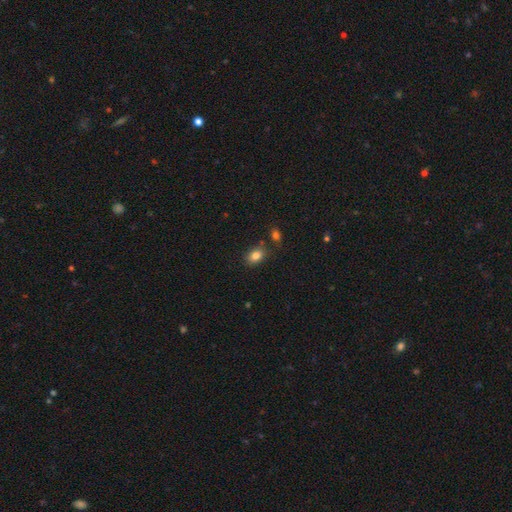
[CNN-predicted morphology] smooth-or-featured: smooth: 82% | star or artifact: 10% | featured or disk: 8%
  how-rounded: in between: 79% | round: 20% | cigar-shaped: 1%
  merging: none: 77% | minor disturbance: 12% | merger: 8% | major disturbance: 3%